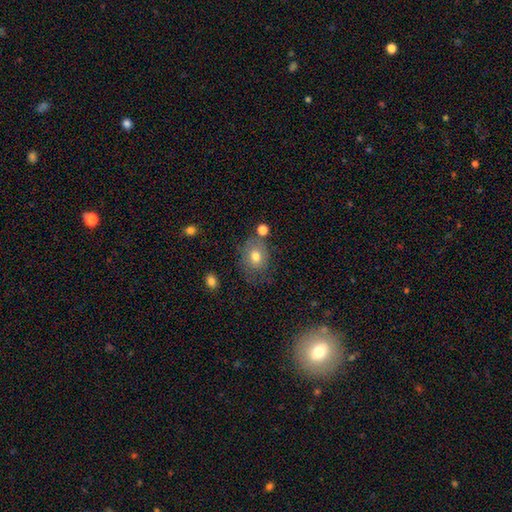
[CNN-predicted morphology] Smooth or featured: smooth — 73% (featured or disk — 17%)
How rounded: round — 56% (in between — 43%)
Merging: none — 56% (minor disturbance — 23%)